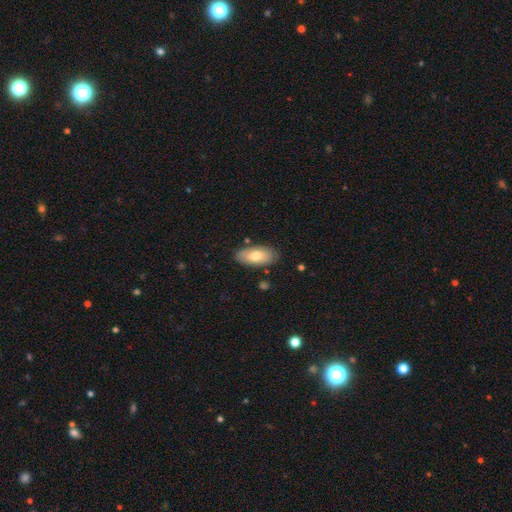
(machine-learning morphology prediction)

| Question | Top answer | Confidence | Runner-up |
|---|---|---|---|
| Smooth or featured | smooth | 71% | featured or disk (23%) |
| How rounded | in between | 92% | cigar-shaped (5%) |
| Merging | none | 83% | minor disturbance (12%) |